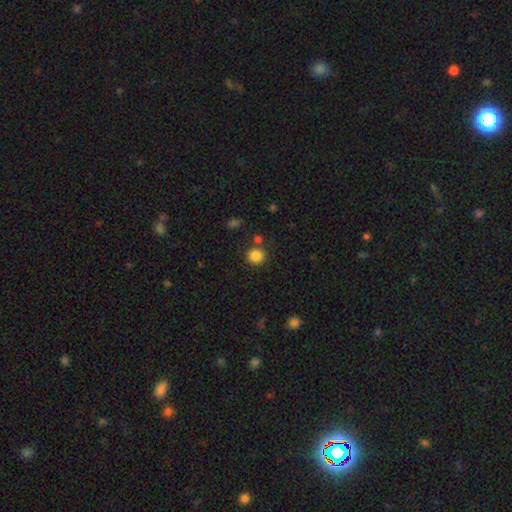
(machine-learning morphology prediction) Smooth or featured? smooth (85%)
How rounded? round (85%)
Merging? none (79%)